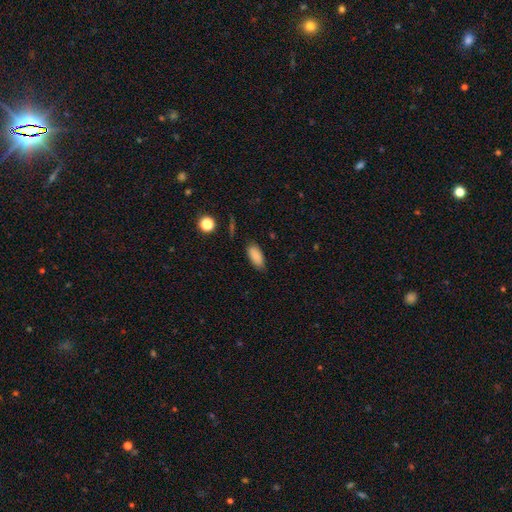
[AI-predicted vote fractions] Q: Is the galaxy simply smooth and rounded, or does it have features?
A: smooth — 87%.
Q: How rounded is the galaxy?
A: in between — 89%.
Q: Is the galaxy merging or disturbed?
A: none — 80%.